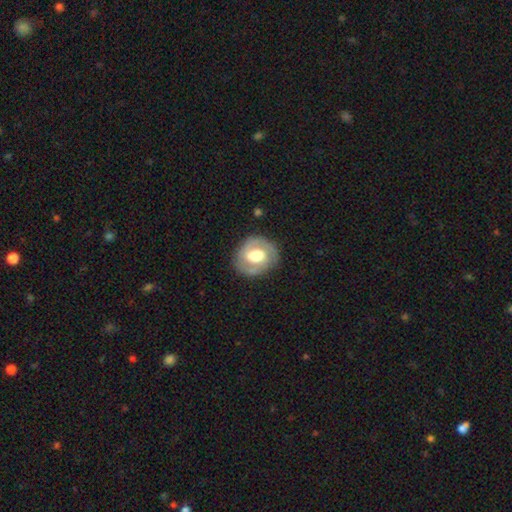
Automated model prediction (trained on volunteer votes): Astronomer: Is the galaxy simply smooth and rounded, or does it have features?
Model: featured or disk — 67%.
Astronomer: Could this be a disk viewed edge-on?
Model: no — 97%.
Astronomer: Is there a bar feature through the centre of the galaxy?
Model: no — 44% (runner-up: weak, 39%).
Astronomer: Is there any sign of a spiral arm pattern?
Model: yes — 69%.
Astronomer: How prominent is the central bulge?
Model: moderate — 44%, tied with large at 44%.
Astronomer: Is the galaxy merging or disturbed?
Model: none — 82%.